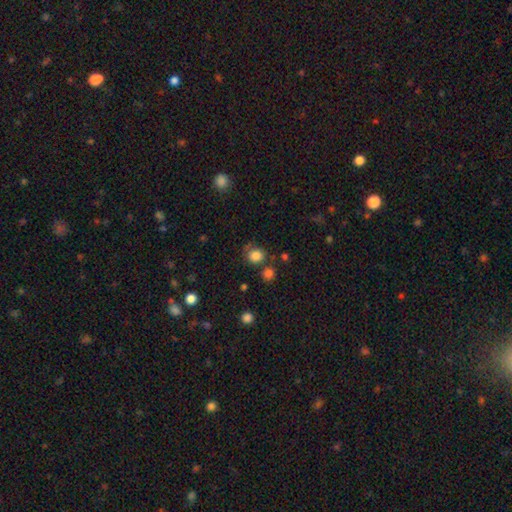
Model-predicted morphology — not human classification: Smooth or featured? smooth (83%)
How rounded? round (80%)
Merging? none (68%)